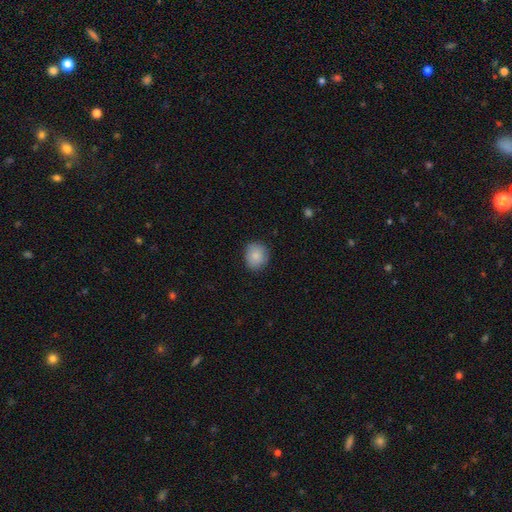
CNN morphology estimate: Smooth or featured? smooth (86%)
How rounded? round (71%)
Merging? none (82%)